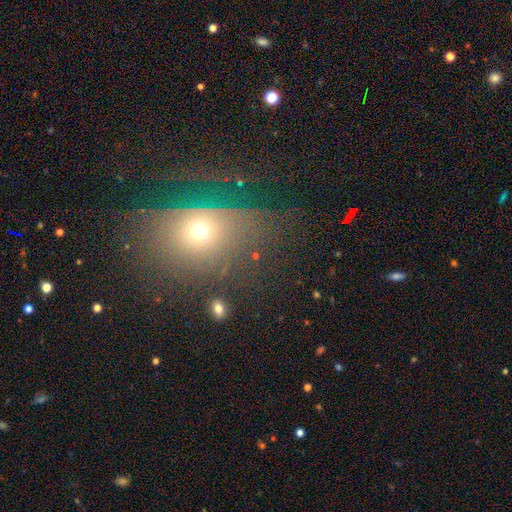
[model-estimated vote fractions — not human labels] Smooth or featured? smooth (49%)
Merging? none (54%)